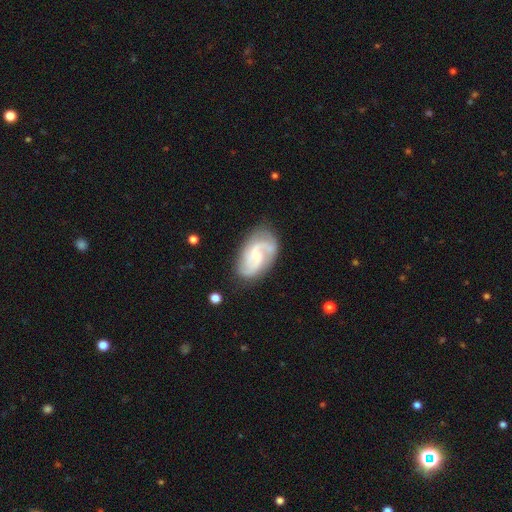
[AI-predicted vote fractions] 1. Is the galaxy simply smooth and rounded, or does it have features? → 82% featured or disk, 12% smooth, 5% star or artifact.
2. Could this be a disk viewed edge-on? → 97% no, 3% yes.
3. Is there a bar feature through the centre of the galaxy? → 50% weak, 41% no, 9% strong.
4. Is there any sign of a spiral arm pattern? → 96% yes, 4% no.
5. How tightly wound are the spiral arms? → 49% medium, 30% loose, 21% tight.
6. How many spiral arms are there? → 69% 2, 13% 3, 10% can't tell, 4% 1, 2% 4, 2% more than 4.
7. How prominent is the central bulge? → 55% small, 35% moderate, 6% none, 3% large, 1% dominant.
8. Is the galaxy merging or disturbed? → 73% none, 18% minor disturbance, 7% major disturbance, 2% merger.